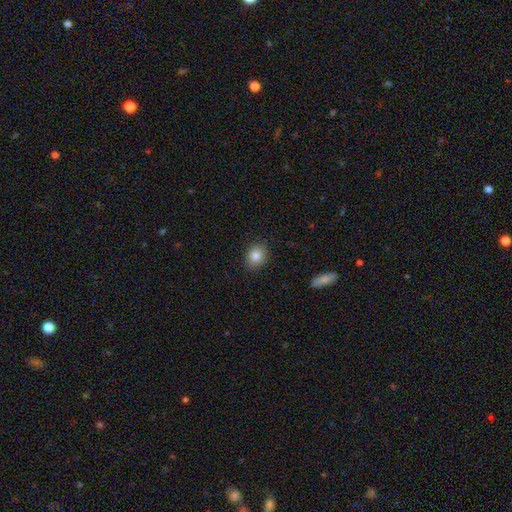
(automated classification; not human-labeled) Overall: smooth (83%). How rounded: round (59%; in between 40%). Merging: none (89%).